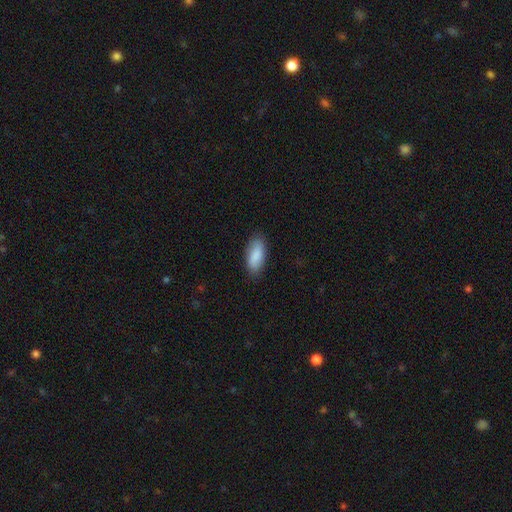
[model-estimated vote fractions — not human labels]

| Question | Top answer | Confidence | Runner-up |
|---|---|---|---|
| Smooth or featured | smooth | 86% | featured or disk (8%) |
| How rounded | in between | 85% | cigar-shaped (13%) |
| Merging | none | 83% | minor disturbance (13%) |